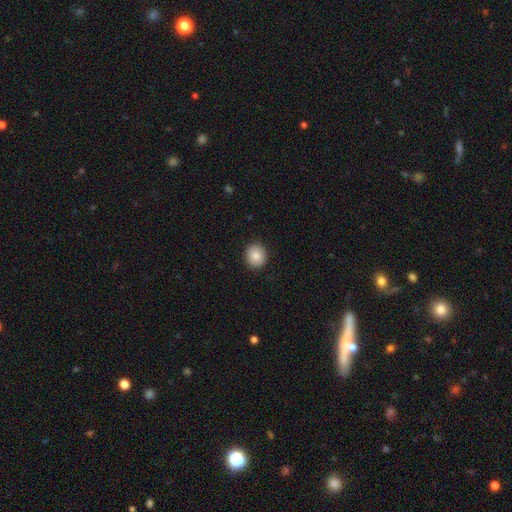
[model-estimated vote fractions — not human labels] Morphology: type=smooth (86%); roundness=round (86%); merging=none (91%).